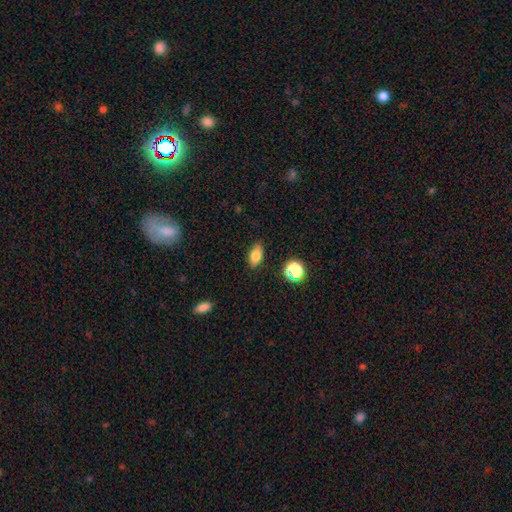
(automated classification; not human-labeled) smooth-or-featured: smooth: 78% | star or artifact: 11% | featured or disk: 11%
  how-rounded: in between: 83% | round: 10% | cigar-shaped: 6%
  merging: none: 85% | minor disturbance: 11% | major disturbance: 3% | merger: 2%